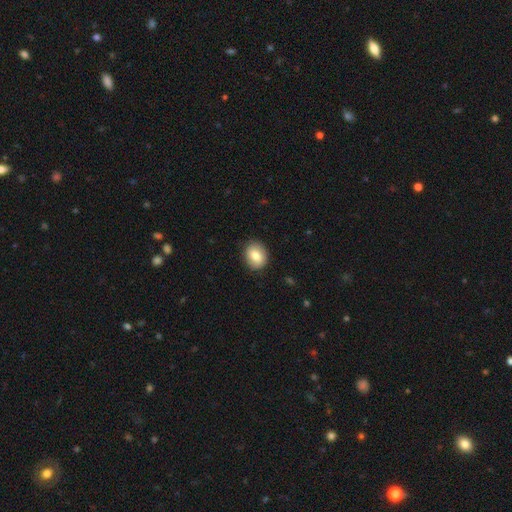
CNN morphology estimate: A smooth galaxy with no disk features (80%) that is in between round and cigar-shaped (51%). Merging: none (88%).